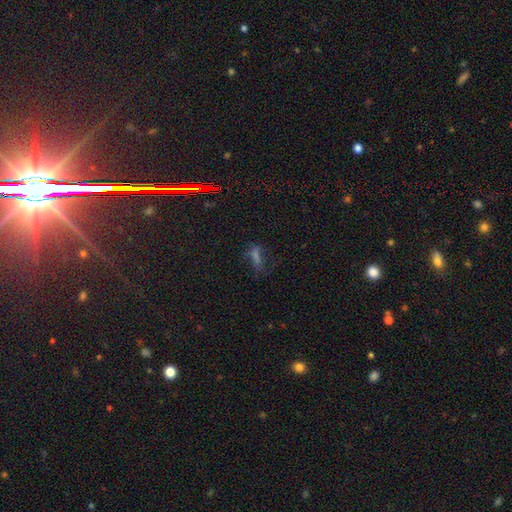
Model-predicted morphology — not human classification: star or artifact 41%, smooth 39%, featured or disk 19%.